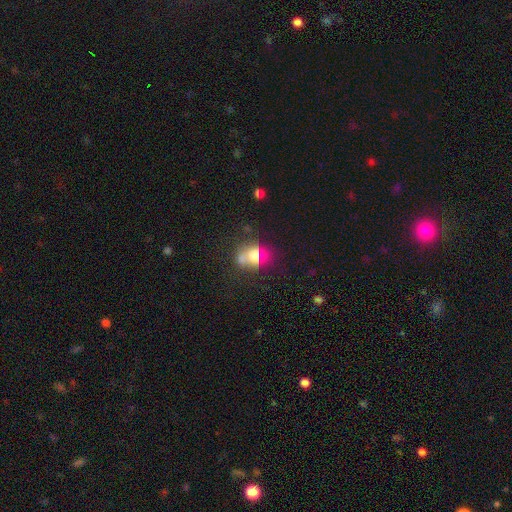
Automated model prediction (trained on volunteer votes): This is possibly a smooth galaxy (56%). How rounded: possibly in between (52%). Merging: marginally none (42%).